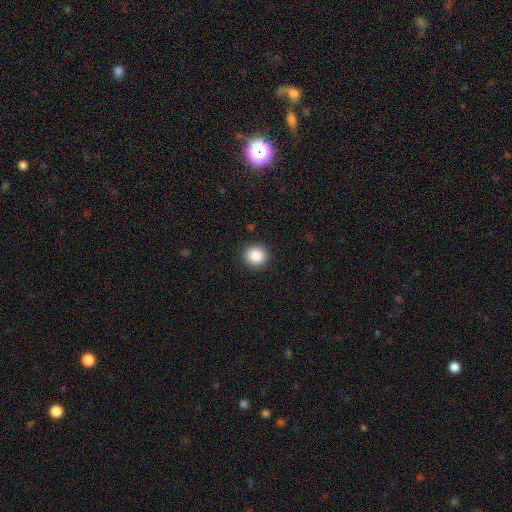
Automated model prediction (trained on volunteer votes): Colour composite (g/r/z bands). It shows a smooth galaxy with no disk features (88%) that is round (90%). Merging: none (91%).